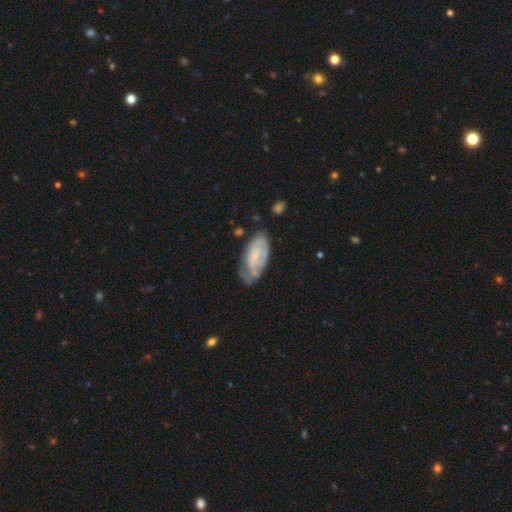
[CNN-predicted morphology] type=featured or disk (49%); merging=none (45%).